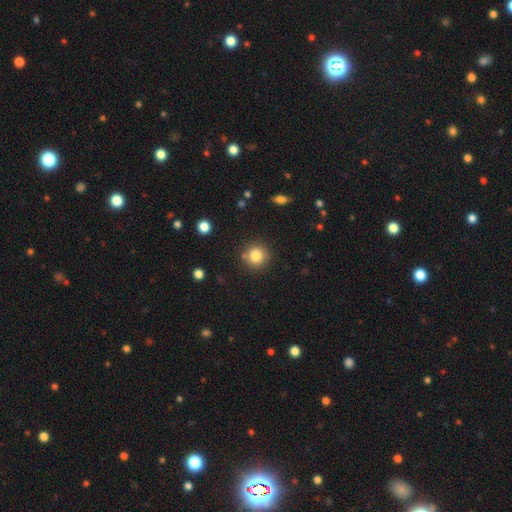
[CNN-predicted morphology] A smooth galaxy with no disk features (82%) that is round (92%). Merging: none (83%).